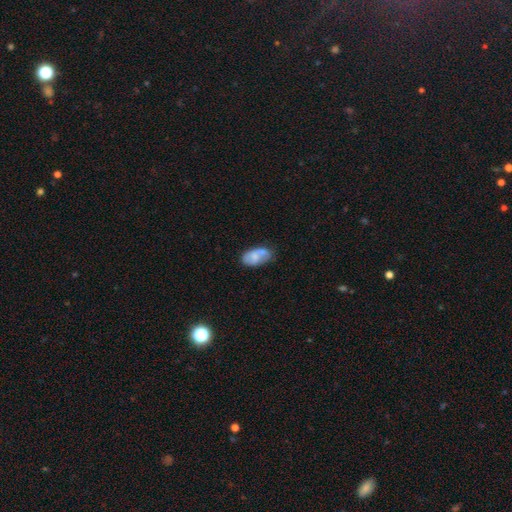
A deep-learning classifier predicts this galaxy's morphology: Smooth or featured?
  - smooth: 65% *
  - featured or disk: 27%
  - star or artifact: 8%
How rounded?
  - in between: 92% *
  - round: 6%
  - cigar-shaped: 2%
Merging?
  - none: 47% *
  - minor disturbance: 28%
  - merger: 16%
  - major disturbance: 9%